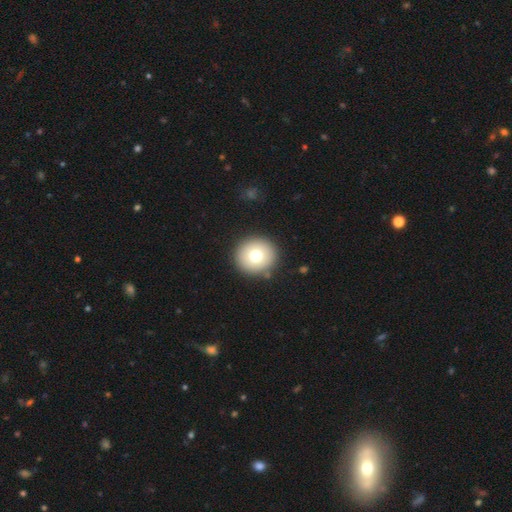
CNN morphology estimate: smooth_or_featured: smooth (p=0.73) [alt: featured or disk p=0.16]
how_rounded: round (p=0.91) [alt: in between p=0.08]
merging: none (p=0.90) [alt: minor disturbance p=0.06]